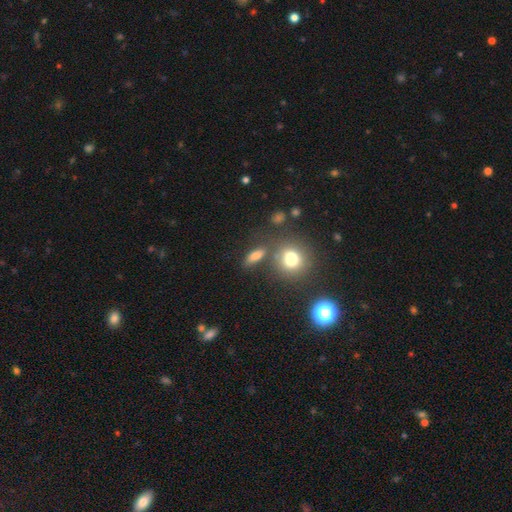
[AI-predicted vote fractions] A smooth galaxy with no disk features (76%) that is in between round and cigar-shaped (56%).

Vote fractions:
- Smooth or featured? smooth: 76% / star or artifact: 14% / featured or disk: 11%
- How rounded? in between: 56% / cigar-shaped: 25% / round: 19%
- Merging? none: 65% / merger: 14% / minor disturbance: 14% / major disturbance: 7%